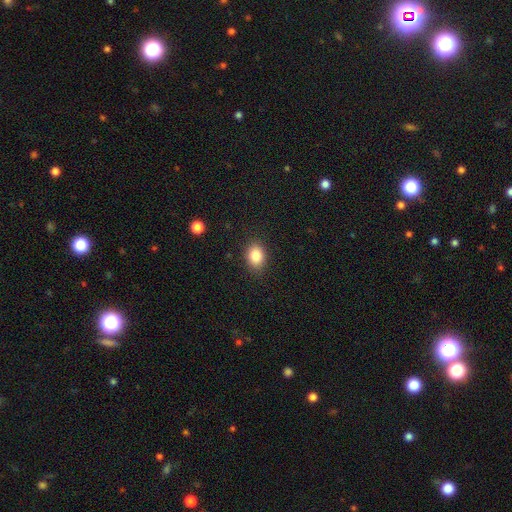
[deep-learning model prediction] A smooth galaxy with no disk features (85%) that is in between round and cigar-shaped (69%). Merging: none (87%).